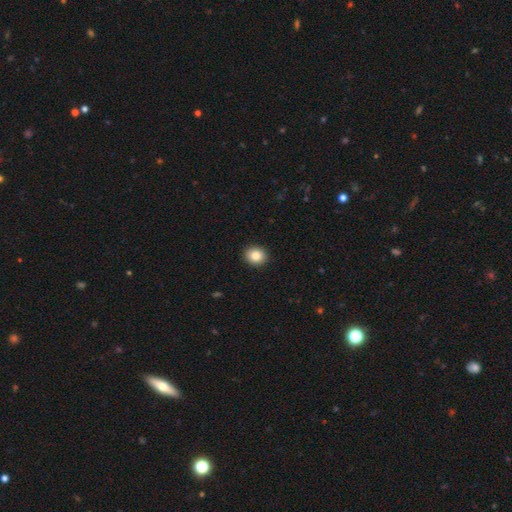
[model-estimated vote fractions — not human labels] This appears to be a smooth galaxy with no disk features (85%) that is round (74%). Merging: none (92%).